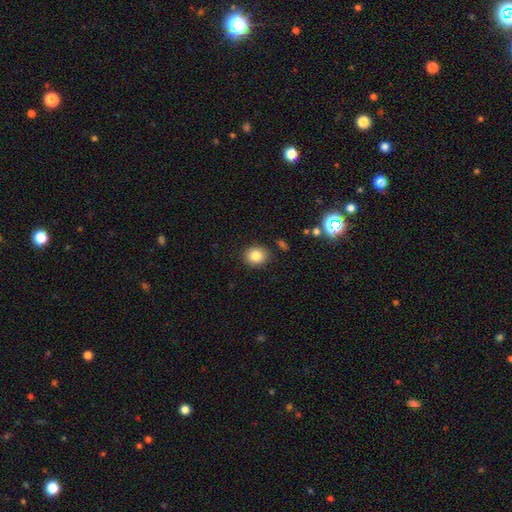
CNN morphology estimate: Smooth or featured?
  - smooth: 84% *
  - star or artifact: 10%
  - featured or disk: 6%
How rounded?
  - round: 73% *
  - in between: 26%
  - cigar-shaped: 1%
Merging?
  - none: 87% *
  - minor disturbance: 8%
  - major disturbance: 2%
  - merger: 2%